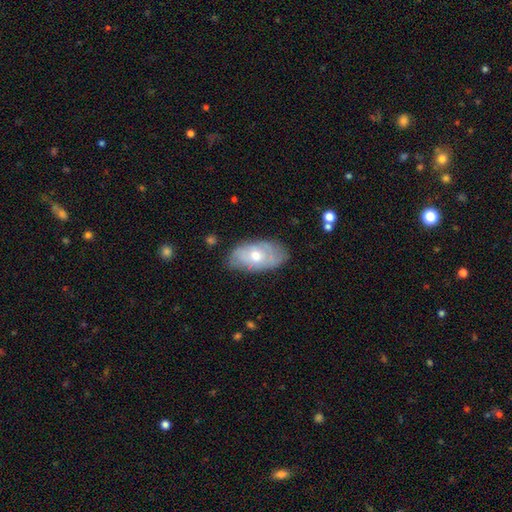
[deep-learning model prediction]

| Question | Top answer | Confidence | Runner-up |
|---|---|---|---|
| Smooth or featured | smooth | 51% | featured or disk (43%) |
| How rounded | in between | 93% | round (4%) |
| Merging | none | 72% | minor disturbance (22%) |